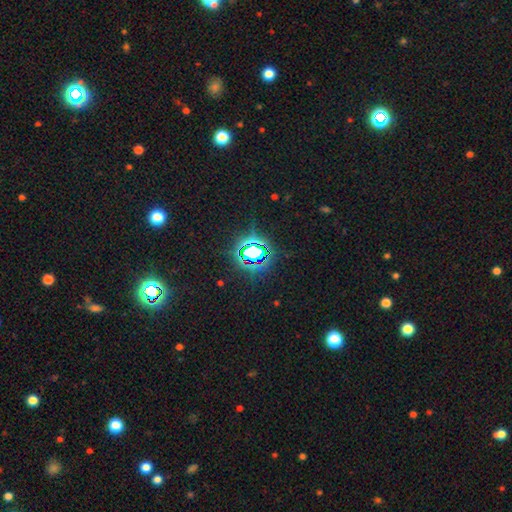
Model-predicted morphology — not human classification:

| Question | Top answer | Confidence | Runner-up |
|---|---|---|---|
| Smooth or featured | star or artifact | 78% | smooth (14%) |